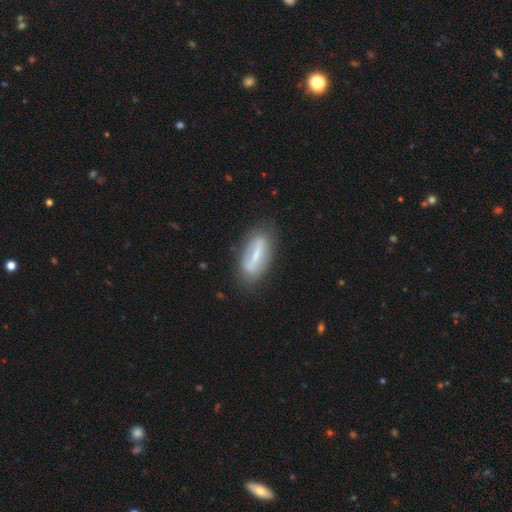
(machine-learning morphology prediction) smooth-or-featured: featured or disk: 56% | smooth: 37% | star or artifact: 7%
  disk-edge-on: no: 76% | yes: 24%
  merging: none: 78% | minor disturbance: 15% | major disturbance: 5% | merger: 2%